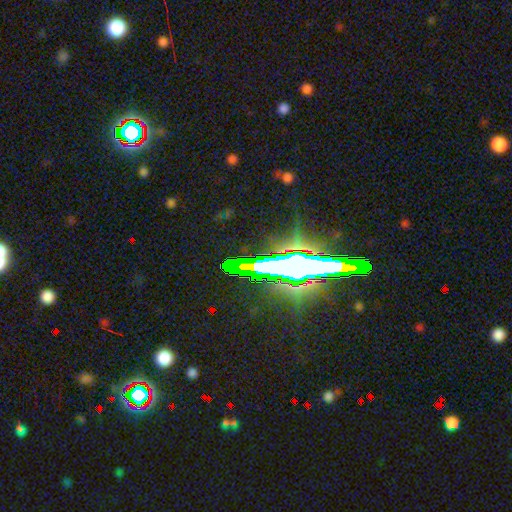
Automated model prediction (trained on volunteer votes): This appears to be a star or artifact, not a galaxy (58%).